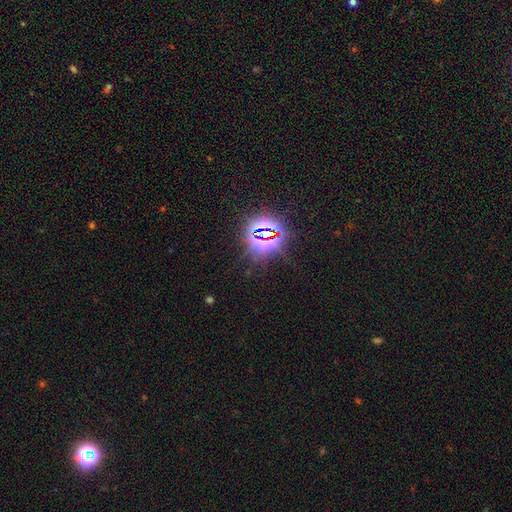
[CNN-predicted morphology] Smooth or featured?
  - star or artifact: 82% *
  - smooth: 11%
  - featured or disk: 7%